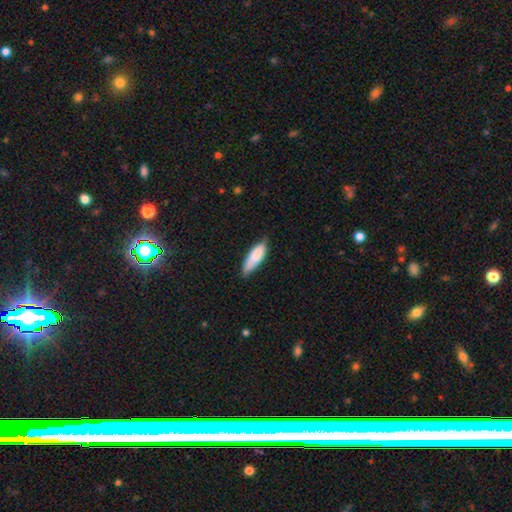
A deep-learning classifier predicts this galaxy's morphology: smooth_or_featured: smooth (p=0.83) [alt: featured or disk p=0.11]
how_rounded: in between (p=0.59) [alt: cigar-shaped p=0.39]
merging: none (p=0.65) [alt: minor disturbance p=0.30]